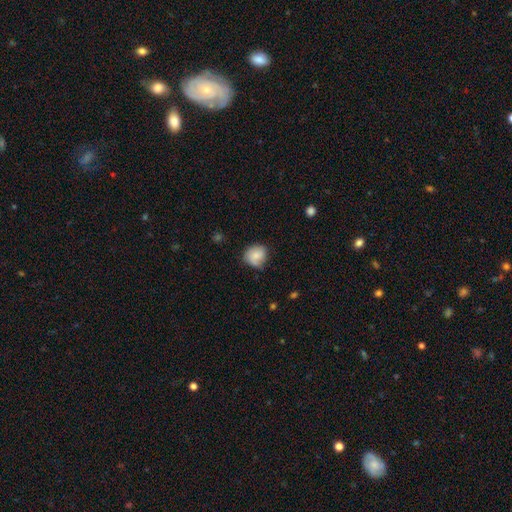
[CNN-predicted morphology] This appears to be a smooth galaxy with no disk features (77%) that is round (74%). Merging: none (62%).